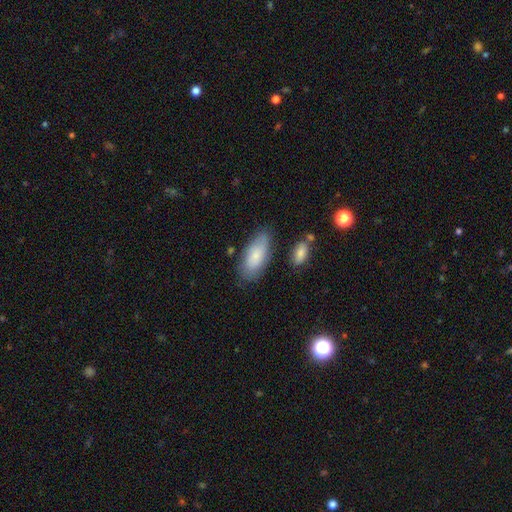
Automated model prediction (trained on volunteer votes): Overall: smooth (76%). How rounded: in between (87%). Merging: none (71%).